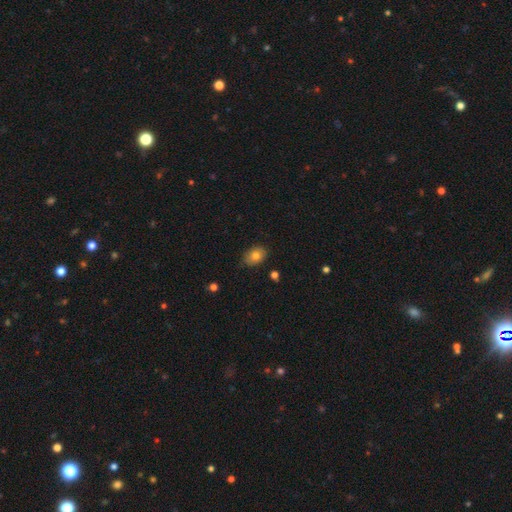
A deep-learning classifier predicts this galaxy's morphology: A smooth galaxy with no disk features (79%) that is in between round and cigar-shaped (78%).

Vote fractions:
- Smooth or featured? smooth: 79% / featured or disk: 12% / star or artifact: 9%
- How rounded? in between: 78% / round: 21% / cigar-shaped: 1%
- Merging? none: 81% / minor disturbance: 15% / major disturbance: 2% / merger: 1%